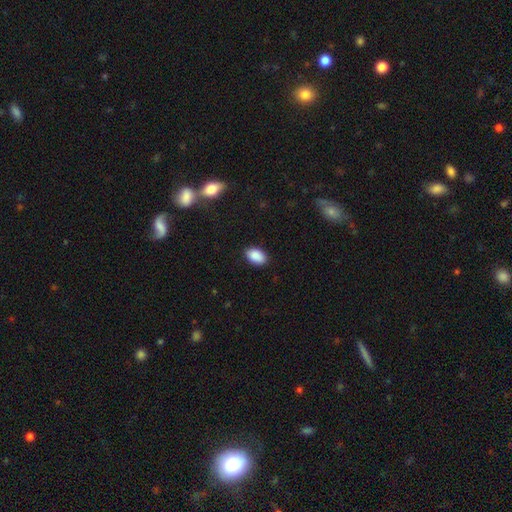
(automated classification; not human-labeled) smooth 89%, star or artifact 7%, featured or disk 3%. Down the decision tree: how rounded — in between (90%); merging — none (87%).